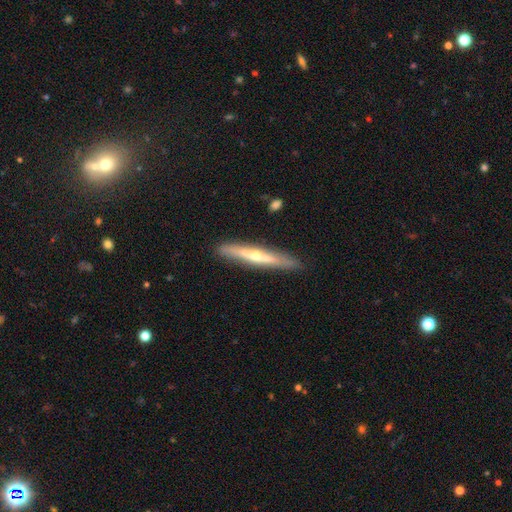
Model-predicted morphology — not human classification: type=featured or disk (64%); edge-on=yes (93%); edge-on bulge=rounded (77%); merging=none (87%).